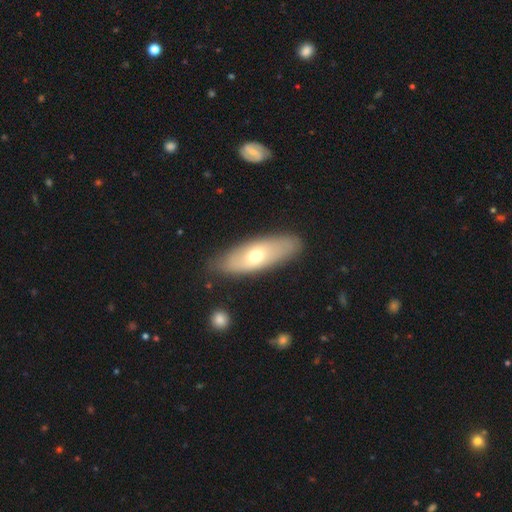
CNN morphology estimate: smooth_or_featured: smooth (p=0.56) [alt: featured or disk p=0.38]
how_rounded: in between (p=0.67) [alt: cigar-shaped p=0.31]
merging: none (p=0.82) [alt: minor disturbance p=0.13]